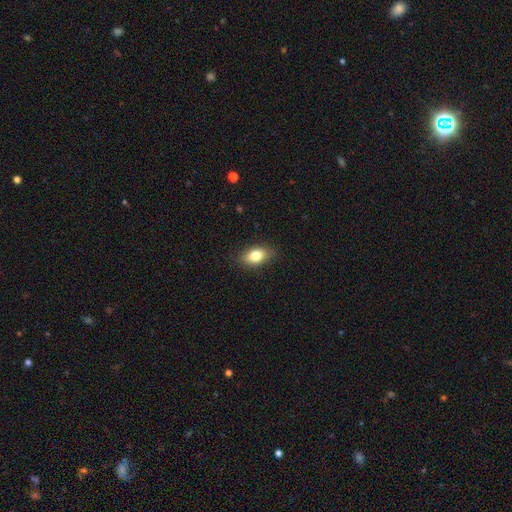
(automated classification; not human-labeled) Q: Smooth or featured?
A: smooth (79%); runner-up: featured or disk (12%)
Q: How rounded?
A: in between (85%); runner-up: round (12%)
Q: Merging?
A: none (85%); runner-up: minor disturbance (12%)